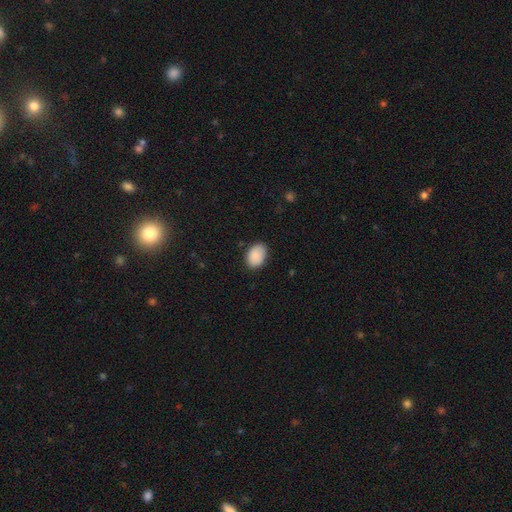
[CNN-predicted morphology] type=smooth (89%); roundness=in between (82%); merging=none (85%).